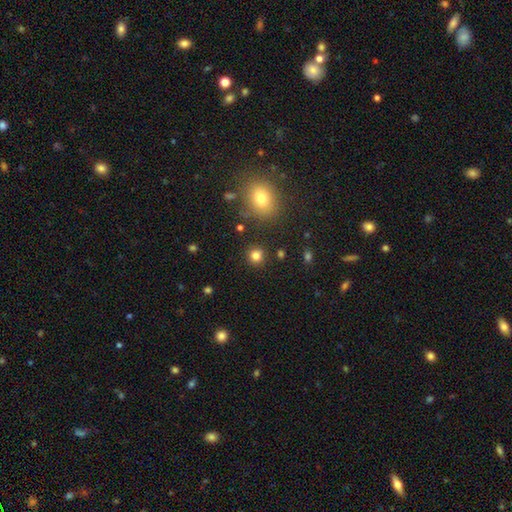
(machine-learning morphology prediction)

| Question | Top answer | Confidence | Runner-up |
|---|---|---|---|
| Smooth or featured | smooth | 81% | star or artifact (14%) |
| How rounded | round | 90% | in between (9%) |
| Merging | none | 88% | minor disturbance (7%) |